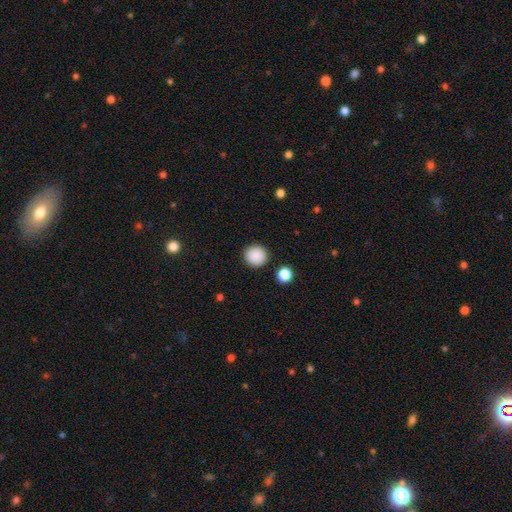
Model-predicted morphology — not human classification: Overall: smooth (88%). How rounded: round (93%). Merging: none (91%).